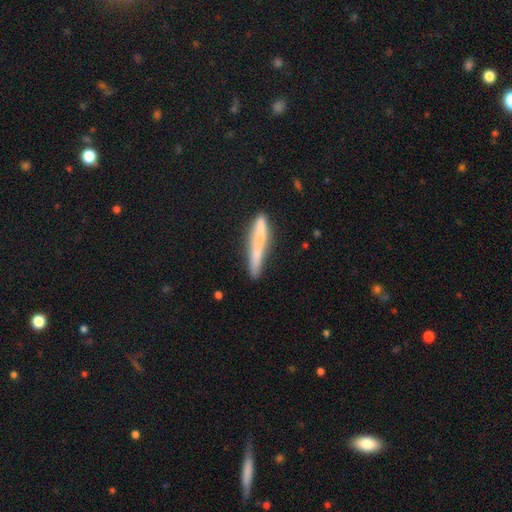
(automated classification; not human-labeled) A smooth galaxy with no disk features (62%) that is cigar-shaped (93%). Merging: none (73%).